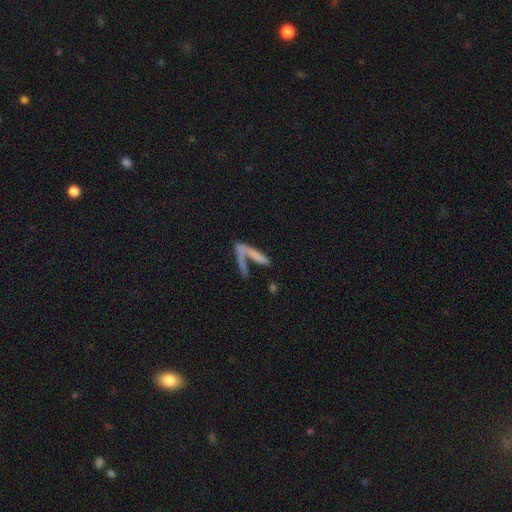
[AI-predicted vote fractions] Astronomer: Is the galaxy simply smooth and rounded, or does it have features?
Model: smooth — 60%.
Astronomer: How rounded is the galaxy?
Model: cigar-shaped — 83%.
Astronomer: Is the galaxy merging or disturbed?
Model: merger — 40% (runner-up: none, 35%).